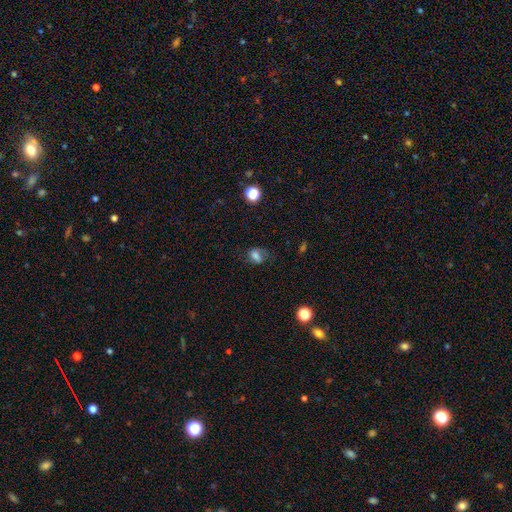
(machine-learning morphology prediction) Smooth or featured? smooth (62%)
How rounded? in between (72%)
Merging? none (51%)